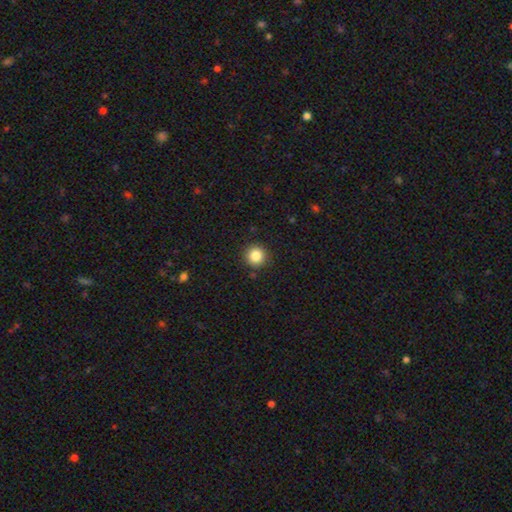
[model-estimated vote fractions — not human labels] The model was most divided on "smooth or featured": smooth: 85%, star or artifact: 10%, featured or disk: 5%. More confident: how rounded — round (94%); merging — none (91%).